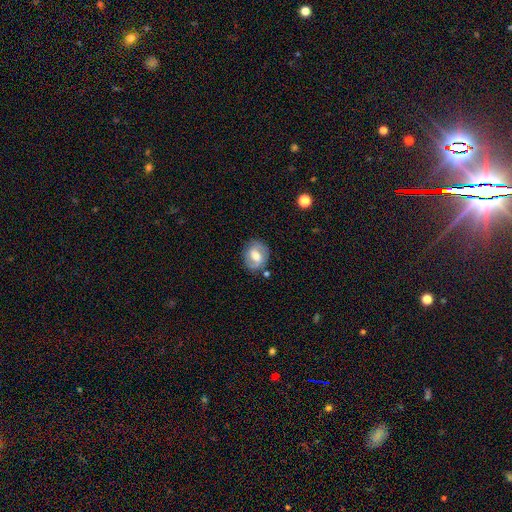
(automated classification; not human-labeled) Q: Smooth or featured?
A: featured or disk (50%); runner-up: smooth (43%)
Q: Merging?
A: none (74%); runner-up: minor disturbance (17%)